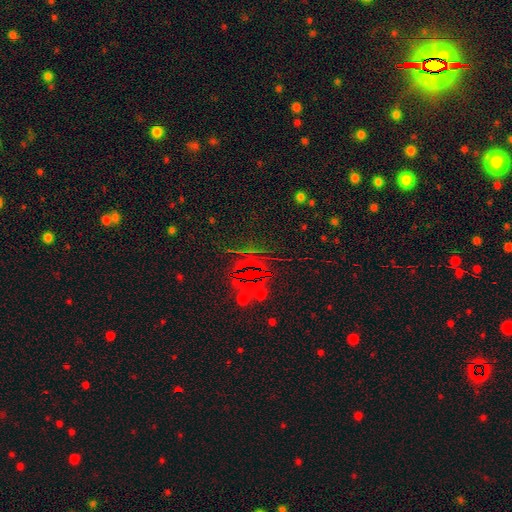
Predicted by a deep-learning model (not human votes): smooth-or-featured: star or artifact: 78% | smooth: 12% | featured or disk: 9%